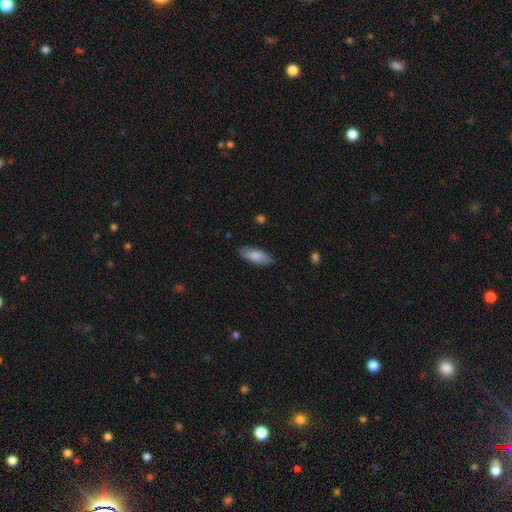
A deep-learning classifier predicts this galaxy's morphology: Overall: smooth (81%). How rounded: in between (69%; cigar-shaped 30%). Merging: none (84%).